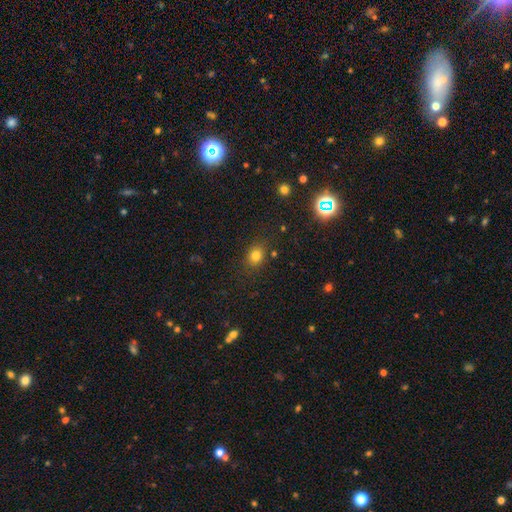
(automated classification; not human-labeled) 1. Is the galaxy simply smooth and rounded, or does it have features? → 78% smooth, 15% star or artifact, 7% featured or disk.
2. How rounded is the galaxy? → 57% round, 42% in between, 1% cigar-shaped.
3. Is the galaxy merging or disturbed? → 81% none, 12% minor disturbance, 4% major disturbance, 3% merger.